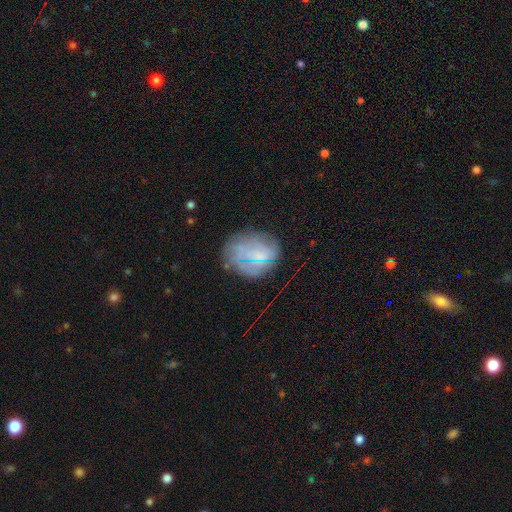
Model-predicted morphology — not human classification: This appears to be a featured or disk galaxy (44%). Merging: none (61%).